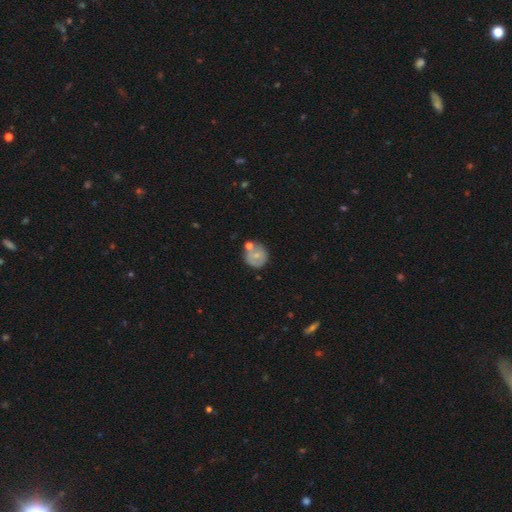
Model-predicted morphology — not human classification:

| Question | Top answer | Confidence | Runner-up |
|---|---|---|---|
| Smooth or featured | smooth | 60% | featured or disk (31%) |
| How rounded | round | 85% | in between (14%) |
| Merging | none | 58% | minor disturbance (18%) |